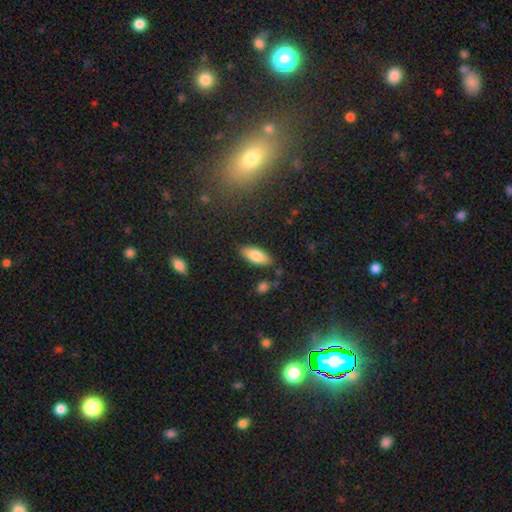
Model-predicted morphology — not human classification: The model was most divided on "smooth or featured": smooth: 81%, featured or disk: 12%, star or artifact: 7%. More confident: how rounded — in between (84%); merging — none (84%).